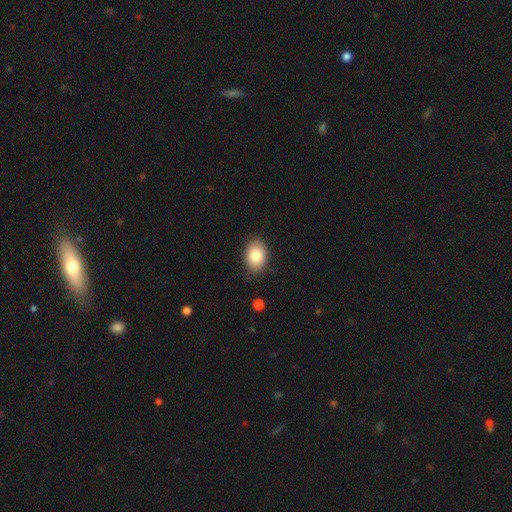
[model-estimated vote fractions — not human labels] Overall: smooth (83%). How rounded: in between (77%). Merging: none (86%).